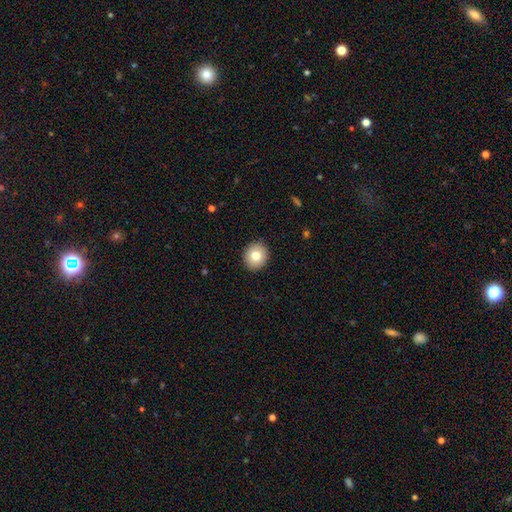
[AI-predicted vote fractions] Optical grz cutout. It shows a smooth galaxy with no disk features (79%) that is round (82%). Merging: none (92%).